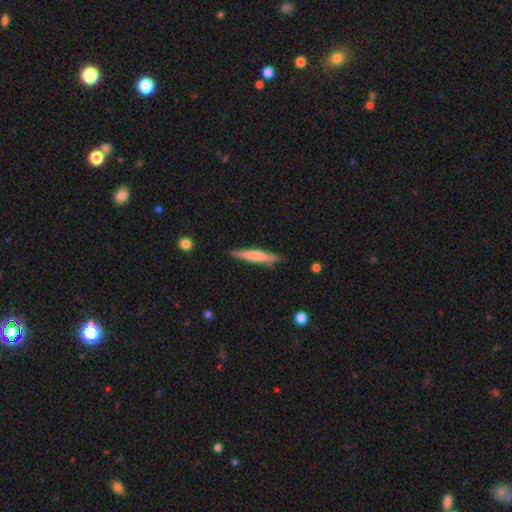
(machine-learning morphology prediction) This appears to be a smooth galaxy with no disk features (65%) that is cigar-shaped (93%). Merging: none (86%).